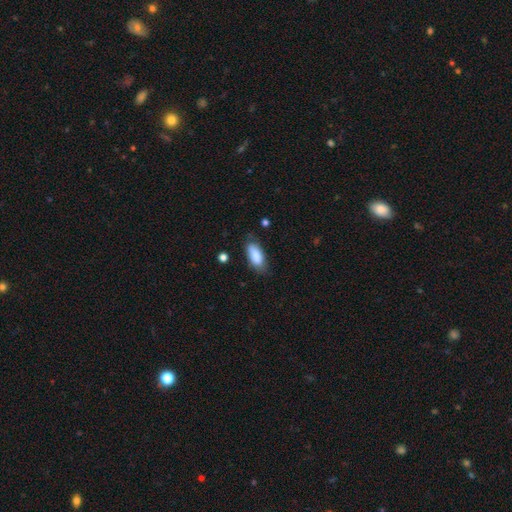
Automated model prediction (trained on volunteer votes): The model was most divided on "merging": none: 75%, minor disturbance: 19%, major disturbance: 4%, merger: 2%. More confident: smooth or featured — smooth (86%); how rounded — in between (84%).